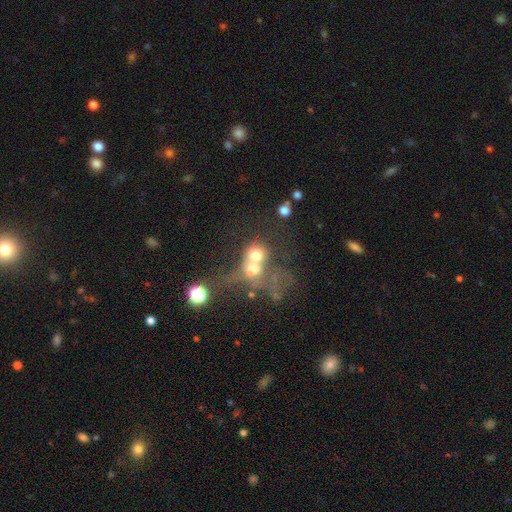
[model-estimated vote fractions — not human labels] Overall: smooth (55%; featured or disk 30%). How rounded: round (69%; in between 30%). Merging: merger (69%).